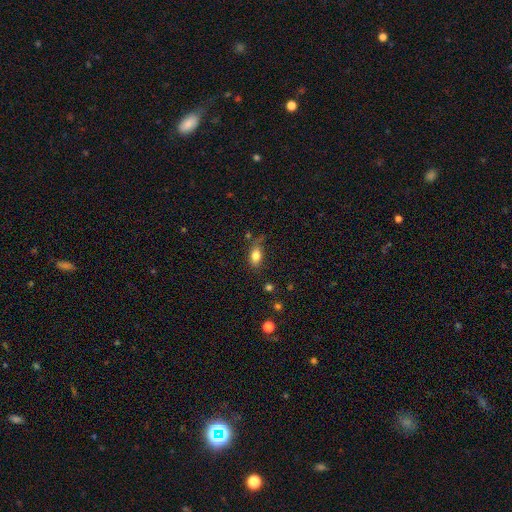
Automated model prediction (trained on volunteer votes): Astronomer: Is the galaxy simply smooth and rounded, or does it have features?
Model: smooth — 81%.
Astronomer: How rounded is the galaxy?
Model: in between — 84%.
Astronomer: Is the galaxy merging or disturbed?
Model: none — 64%.